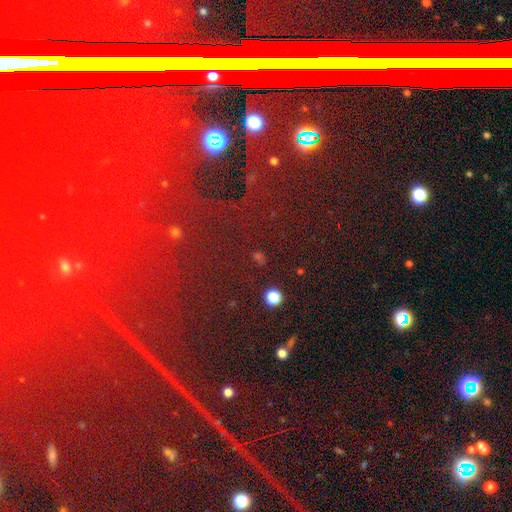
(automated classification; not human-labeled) Q: Smooth or featured?
A: star or artifact (84%); runner-up: smooth (9%)